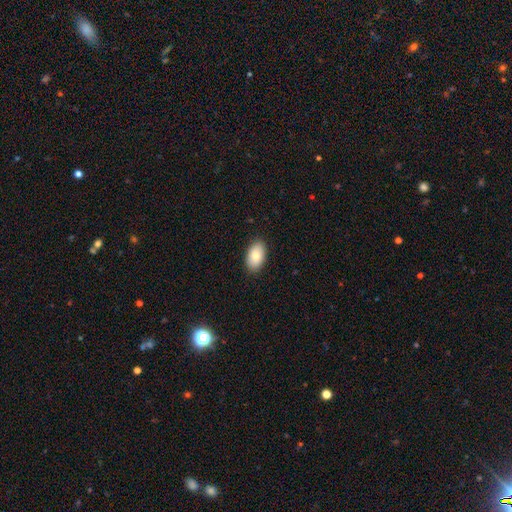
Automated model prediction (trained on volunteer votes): The model was most divided on "smooth or featured": smooth: 82%, featured or disk: 11%, star or artifact: 7%. More confident: how rounded — in between (93%); merging — none (88%).